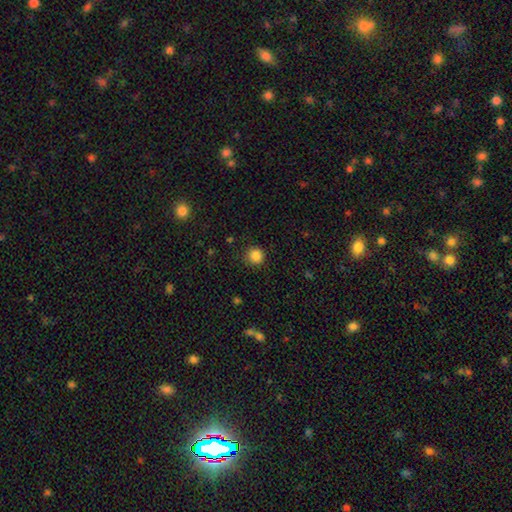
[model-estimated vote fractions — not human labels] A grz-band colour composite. It shows a smooth galaxy with no disk features (85%) that is round (94%). Merging: none (90%).